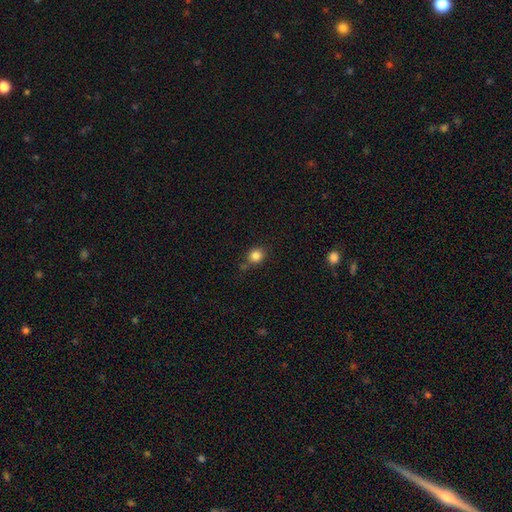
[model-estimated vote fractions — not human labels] This appears to be a smooth galaxy with no disk features (84%) that is round (80%). Merging: none (73%).